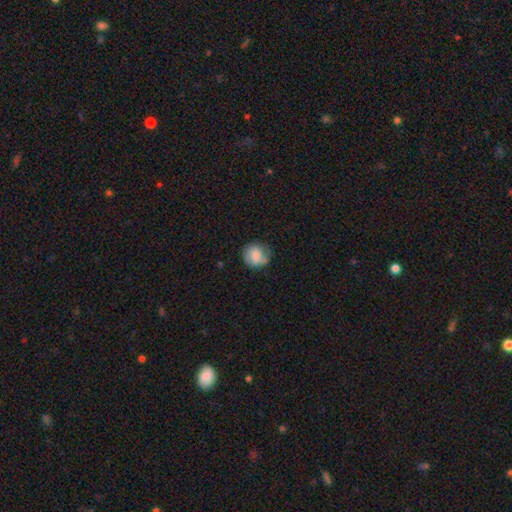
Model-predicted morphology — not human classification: Smooth or featured? smooth (65%)
How rounded? round (85%)
Merging? none (69%)